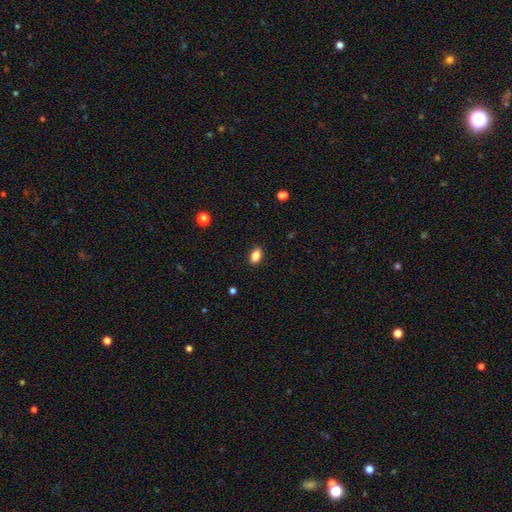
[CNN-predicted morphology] type=smooth (86%); roundness=in between (87%); merging=none (88%).